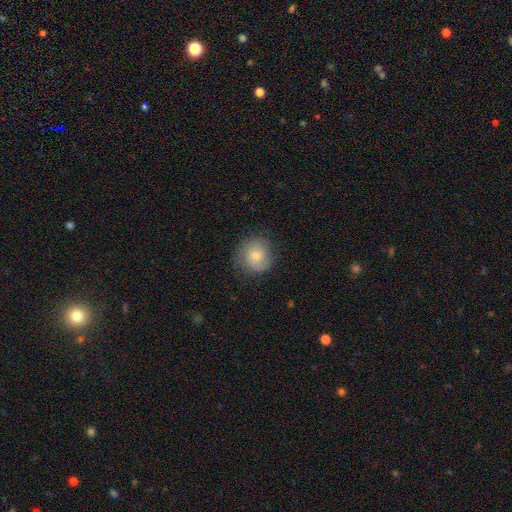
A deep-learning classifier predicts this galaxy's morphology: The model was most divided on "smooth or featured": smooth: 61%, featured or disk: 31%, star or artifact: 8%. More confident: how rounded — round (87%); merging — none (73%).